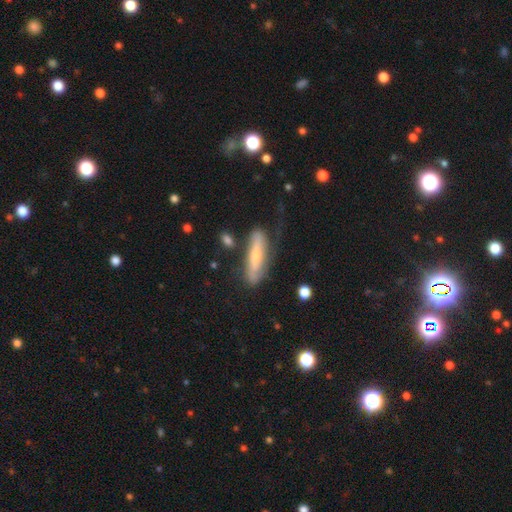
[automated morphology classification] Smooth or featured: featured or disk — 56% (smooth — 37%)
Edge-on disk: yes — 52% (no — 48%)
Merging: none — 59% (minor disturbance — 23%)